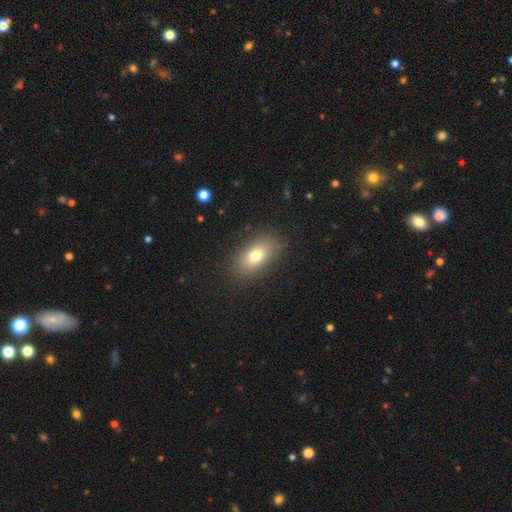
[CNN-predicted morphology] A smooth galaxy with no disk features (77%) that is in between round and cigar-shaped (87%). Merging: none (85%).